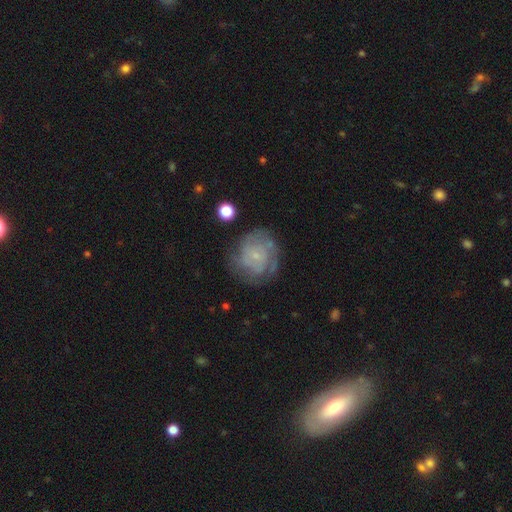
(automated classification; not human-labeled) Smooth or featured? Predicted: featured or disk (p=0.68). Edge-on disk? Predicted: no (p=0.98). Bar? Predicted: no (p=0.72). Spiral arms? Predicted: yes (p=0.82). Spiral winding? Predicted: tight (p=0.58). Spiral arm count? Predicted: can't tell (p=0.49). Bulge size? Predicted: small (p=0.76). Merging? Predicted: none (p=0.66).